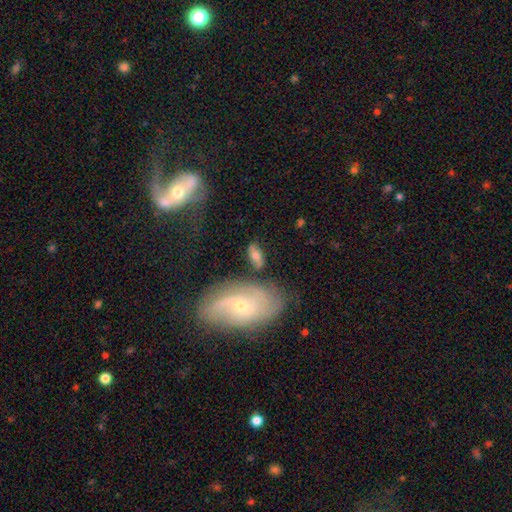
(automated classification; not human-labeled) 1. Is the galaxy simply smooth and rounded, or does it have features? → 46% smooth, 45% featured or disk, 9% star or artifact.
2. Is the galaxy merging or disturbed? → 66% none, 18% minor disturbance, 10% merger, 7% major disturbance.